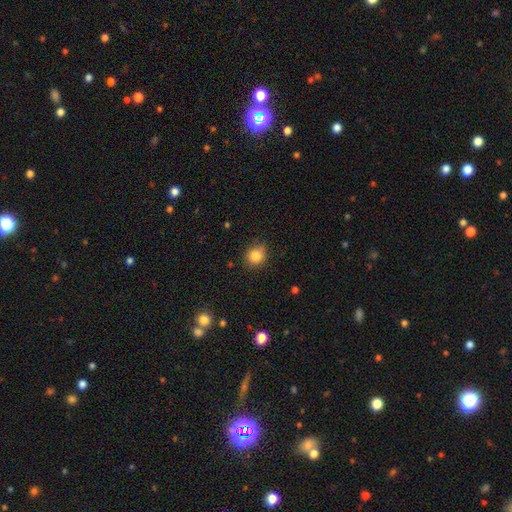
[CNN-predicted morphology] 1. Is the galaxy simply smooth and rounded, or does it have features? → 84% smooth, 11% star or artifact, 5% featured or disk.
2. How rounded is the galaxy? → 80% round, 19% in between, 1% cigar-shaped.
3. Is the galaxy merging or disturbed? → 80% none, 15% minor disturbance, 3% major disturbance, 2% merger.